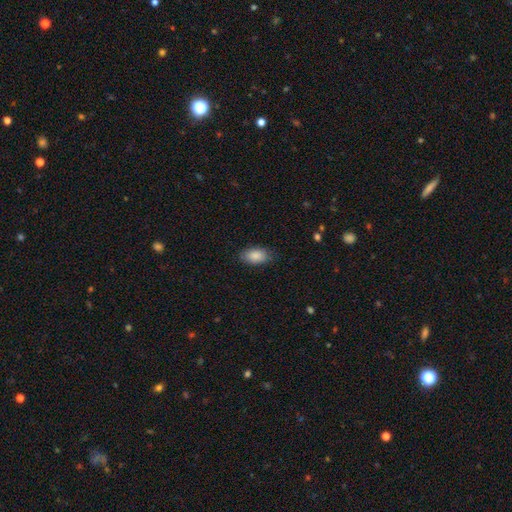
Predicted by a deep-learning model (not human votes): Overall: smooth (88%). How rounded: in between (92%). Merging: none (83%).